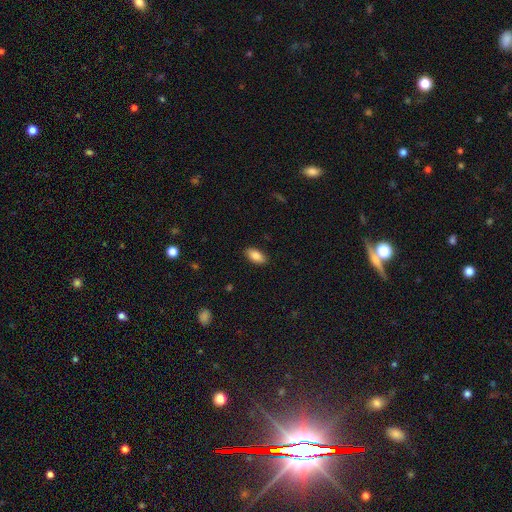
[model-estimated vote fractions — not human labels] A smooth galaxy with no disk features (85%) that is in between round and cigar-shaped (91%).

Vote fractions:
- Smooth or featured? smooth: 85% / featured or disk: 8% / star or artifact: 7%
- How rounded? in between: 91% / cigar-shaped: 6% / round: 3%
- Merging? none: 89% / minor disturbance: 8% / major disturbance: 2% / merger: 1%